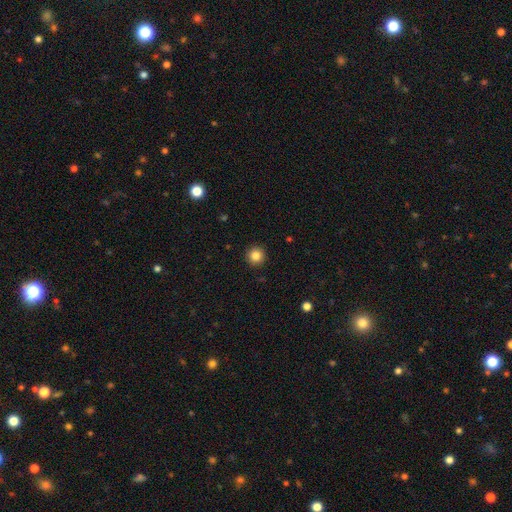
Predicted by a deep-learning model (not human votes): smooth_or_featured: smooth (p=0.84) [alt: star or artifact p=0.11]
how_rounded: round (p=0.95) [alt: in between p=0.04]
merging: none (p=0.92) [alt: minor disturbance p=0.05]